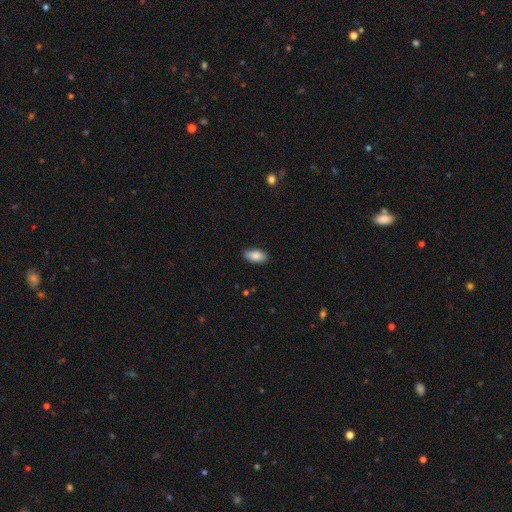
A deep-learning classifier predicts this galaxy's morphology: Smooth or featured?
  - smooth: 87% *
  - star or artifact: 6%
  - featured or disk: 6%
How rounded?
  - in between: 93% *
  - cigar-shaped: 5%
  - round: 3%
Merging?
  - none: 88% *
  - minor disturbance: 9%
  - major disturbance: 2%
  - merger: 1%